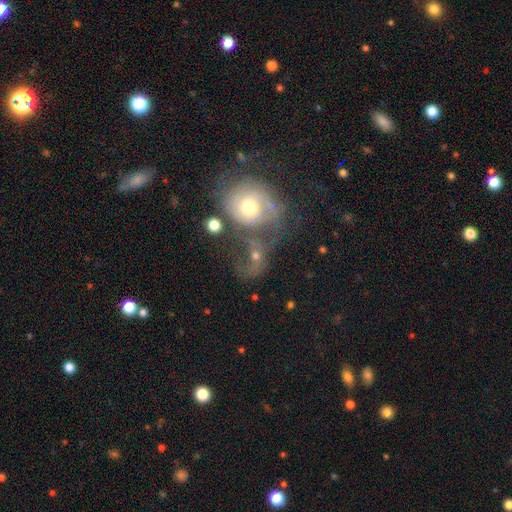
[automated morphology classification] This is possibly a featured or disk galaxy (52%). It is clearly not viewed edge-on (96%). Bar: likely no (74%). Spiral arm pattern: likely yes (62%). Central bulge: likely moderate (65%). Merging: marginally merger (40%).